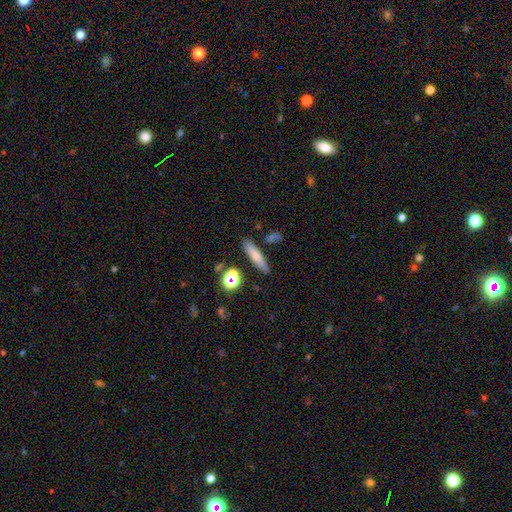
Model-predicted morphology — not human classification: Smooth or featured? smooth (70%)
How rounded? cigar-shaped (73%)
Merging? none (80%)